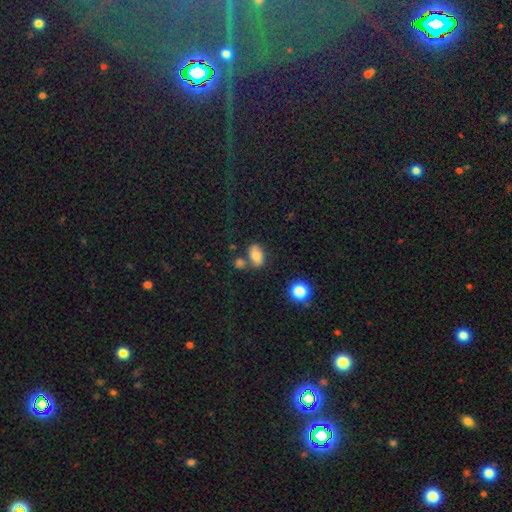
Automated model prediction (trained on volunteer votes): A smooth galaxy with no disk features (74%) that is in between round and cigar-shaped (81%).

Vote fractions:
- Smooth or featured? smooth: 74% / featured or disk: 15% / star or artifact: 11%
- How rounded? in between: 81% / round: 17% / cigar-shaped: 2%
- Merging? none: 62% / minor disturbance: 17% / merger: 16% / major disturbance: 6%